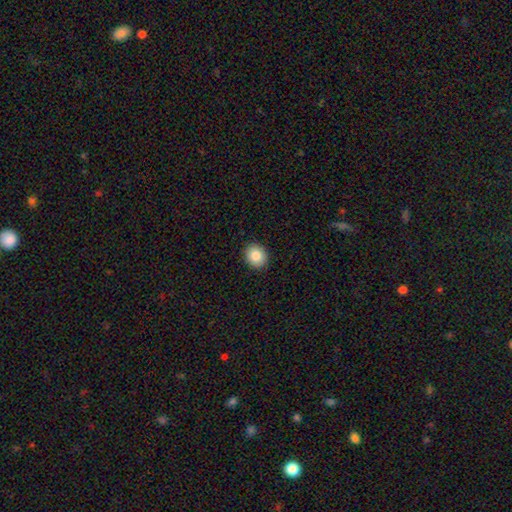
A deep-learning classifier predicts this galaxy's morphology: Overall: smooth (85%). How rounded: round (71%). Merging: none (91%).